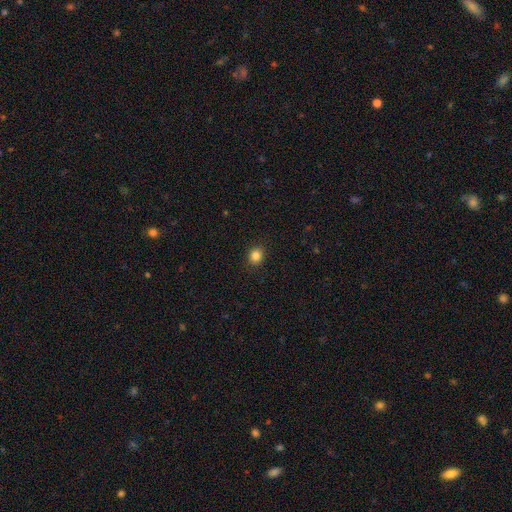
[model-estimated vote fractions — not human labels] Morphology: type=smooth (85%); roundness=round (74%); merging=none (90%).